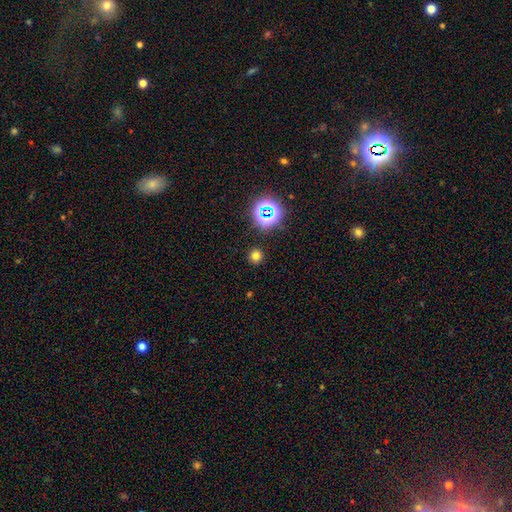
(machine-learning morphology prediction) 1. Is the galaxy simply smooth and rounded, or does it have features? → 71% smooth, 23% star or artifact, 6% featured or disk.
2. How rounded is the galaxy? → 92% round, 7% in between, 1% cigar-shaped.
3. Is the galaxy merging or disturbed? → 90% none, 6% minor disturbance, 2% major disturbance, 2% merger.